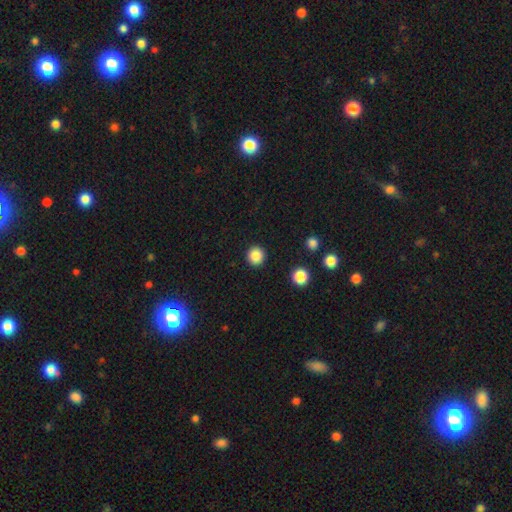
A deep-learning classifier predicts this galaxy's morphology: This appears to be a smooth galaxy with no disk features (86%) that is round (93%). Merging: none (93%).